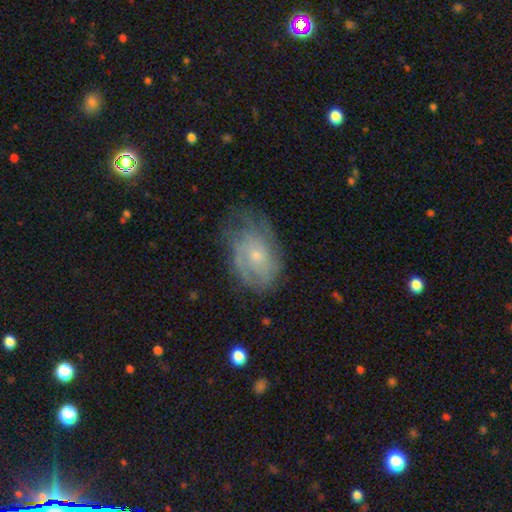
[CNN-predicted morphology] featured or disk 65%, smooth 27%, star or artifact 8%. Down the decision tree: edge-on disk — no (96%); bar — no (78%); spiral arms — yes (79%); bulge size — small (70%); merging — none (53%).